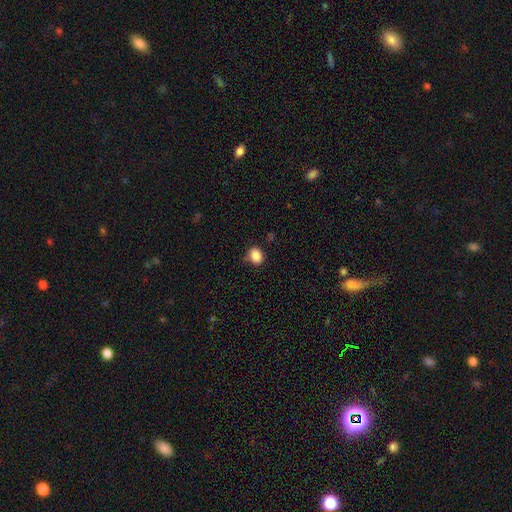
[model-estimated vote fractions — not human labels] Smooth or featured: smooth — 88% (star or artifact — 9%)
How rounded: in between — 54% (round — 45%)
Merging: none — 79% (minor disturbance — 15%)